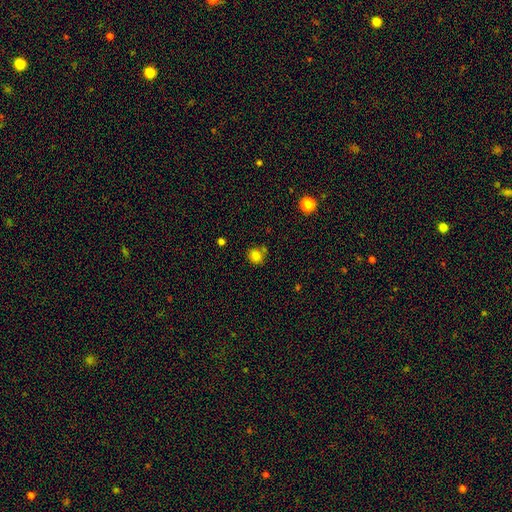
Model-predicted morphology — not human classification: smooth-or-featured: smooth: 82% | star or artifact: 12% | featured or disk: 6%
  how-rounded: round: 82% | in between: 17% | cigar-shaped: 1%
  merging: none: 73% | minor disturbance: 14% | merger: 10% | major disturbance: 4%